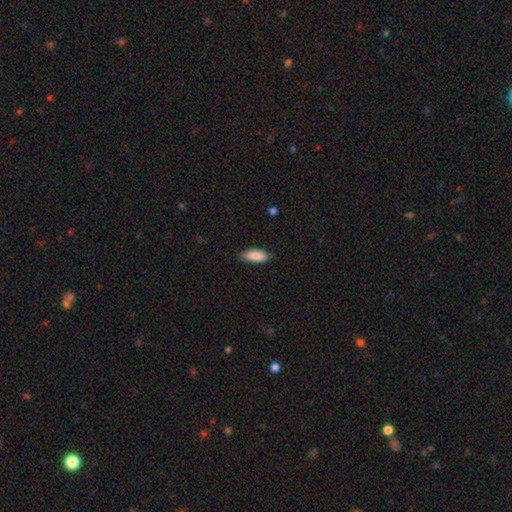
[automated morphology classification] Smooth or featured? smooth (88%)
How rounded? in between (82%)
Merging? none (75%)